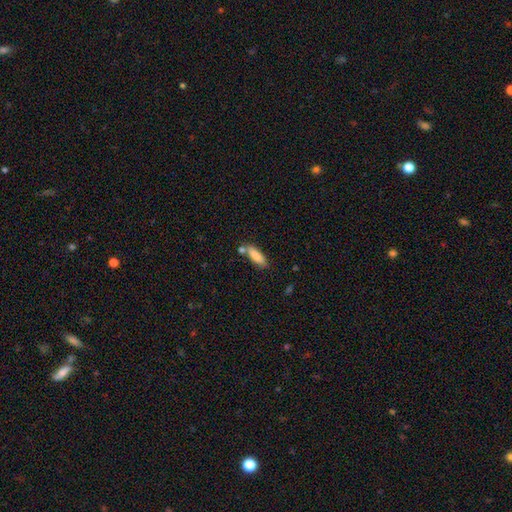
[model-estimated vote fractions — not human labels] Smooth or featured?
  - smooth: 83% *
  - featured or disk: 10%
  - star or artifact: 7%
How rounded?
  - in between: 53% *
  - cigar-shaped: 46%
  - round: 2%
Merging?
  - none: 68% *
  - minor disturbance: 15%
  - merger: 14%
  - major disturbance: 3%